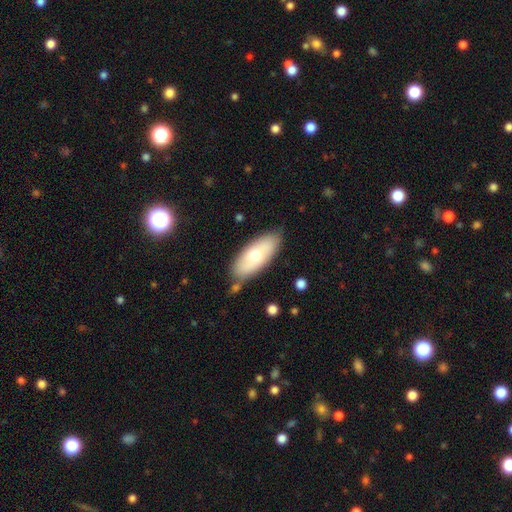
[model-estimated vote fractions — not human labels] Overall: smooth (66%; featured or disk 28%). How rounded: in between (84%). Merging: none (78%).